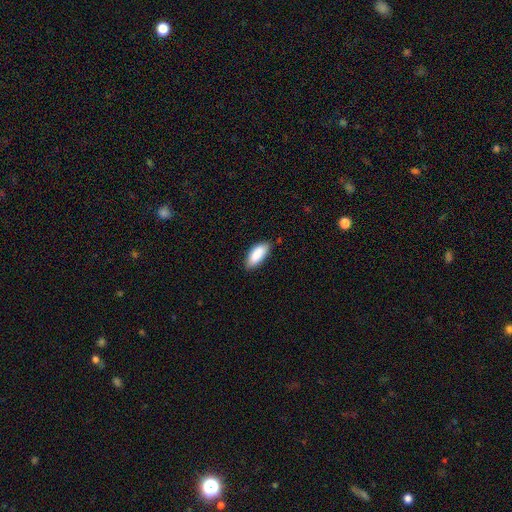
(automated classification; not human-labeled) Smooth or featured: smooth — 88% (featured or disk — 6%)
How rounded: in between — 85% (cigar-shaped — 13%)
Merging: none — 79% (minor disturbance — 18%)